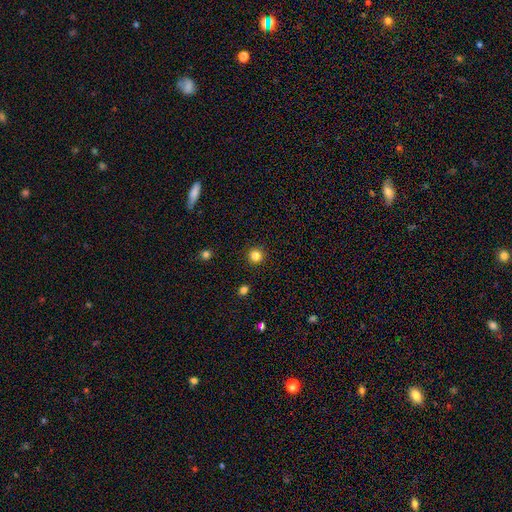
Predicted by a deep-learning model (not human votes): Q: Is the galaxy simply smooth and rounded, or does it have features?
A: smooth — 83%.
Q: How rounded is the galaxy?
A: round — 95%.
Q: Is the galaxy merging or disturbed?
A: none — 93%.